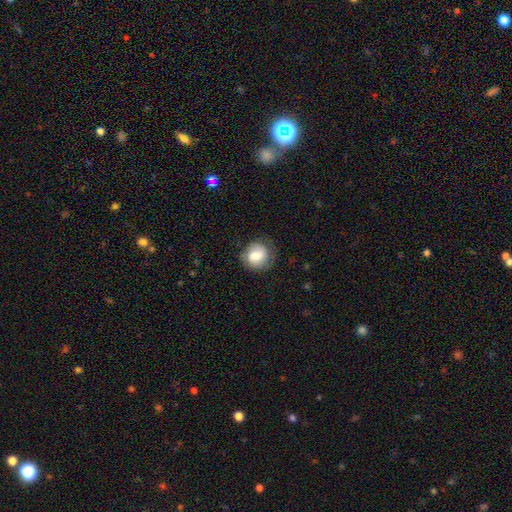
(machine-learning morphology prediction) This appears to be a smooth galaxy with no disk features (70%) that is round (74%). Merging: none (70%).